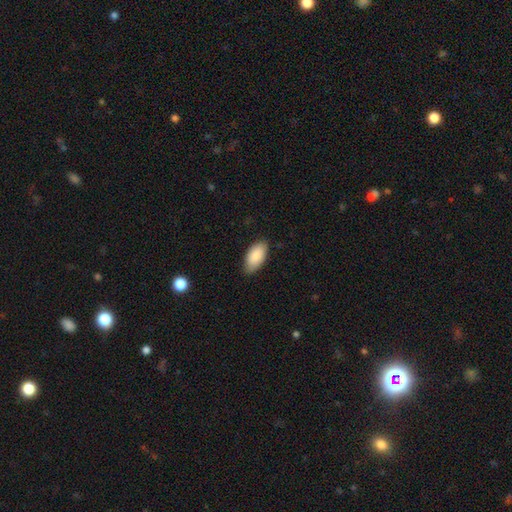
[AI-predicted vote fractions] Q: Smooth or featured?
A: smooth (87%); runner-up: featured or disk (7%)
Q: How rounded?
A: in between (94%); runner-up: cigar-shaped (4%)
Q: Merging?
A: none (82%); runner-up: minor disturbance (15%)